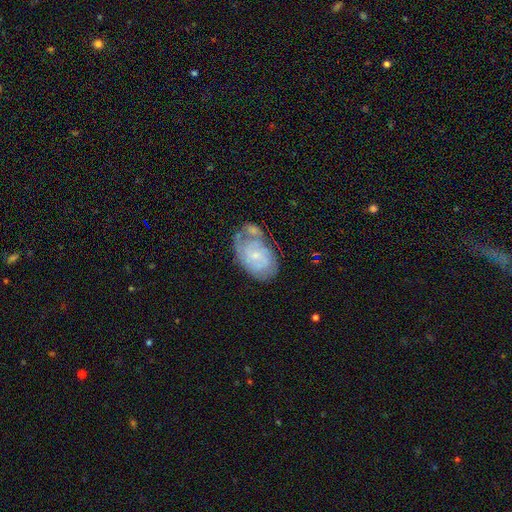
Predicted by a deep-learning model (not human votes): smooth-or-featured: featured or disk: 73% | smooth: 20% | star or artifact: 7%
  disk-edge-on: no: 97% | yes: 3%
    bar: no: 64% | weak: 31% | strong: 5%
    has-spiral-arms: yes: 89% | no: 11%
      spiral-winding: tight: 59% | medium: 32% | loose: 10%
      spiral-arm-count: 2: 38% | can't tell: 34% | 3: 14% | 1: 5% | 4: 5% | more than 4: 3%
    bulge-size: small: 74% | moderate: 18% | none: 5% | large: 1% | dominant: 1%
  merging: none: 45% | minor disturbance: 25% | merger: 18% | major disturbance: 12%